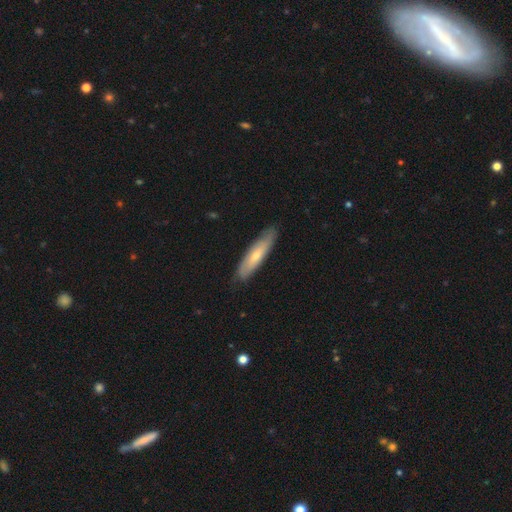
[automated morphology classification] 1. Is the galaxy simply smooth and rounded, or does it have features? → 58% smooth, 37% featured or disk, 5% star or artifact.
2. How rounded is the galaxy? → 74% cigar-shaped, 25% in between, 2% round.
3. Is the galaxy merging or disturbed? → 84% none, 13% minor disturbance, 2% major disturbance, 1% merger.